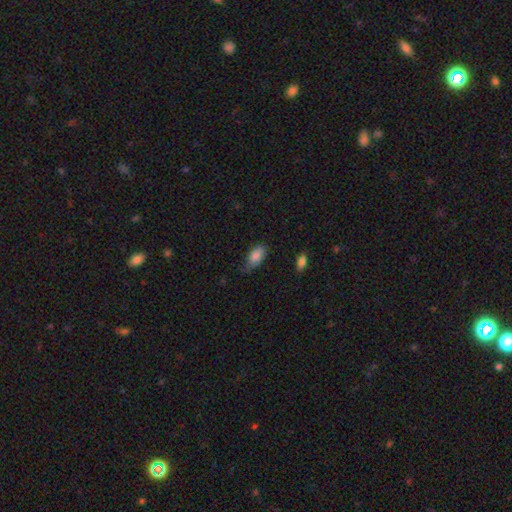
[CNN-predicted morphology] A smooth galaxy with no disk features (84%) that is in between round and cigar-shaped (91%).

Vote fractions:
- Smooth or featured? smooth: 84% / featured or disk: 8% / star or artifact: 7%
- How rounded? in between: 91% / cigar-shaped: 5% / round: 4%
- Merging? none: 53% / minor disturbance: 36% / major disturbance: 9% / merger: 2%